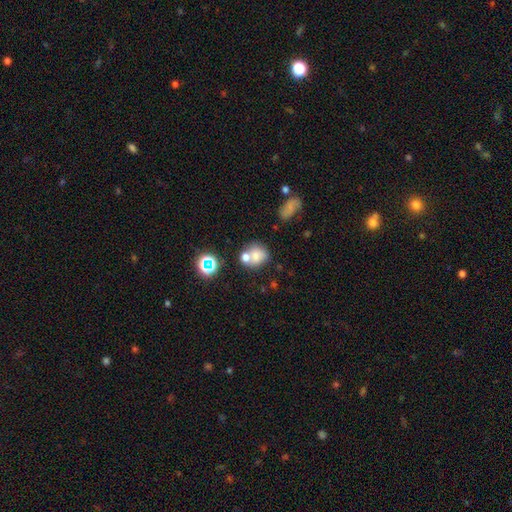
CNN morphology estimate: smooth-or-featured: smooth: 67% | featured or disk: 18% | star or artifact: 15%
  how-rounded: round: 69% | in between: 30% | cigar-shaped: 1%
  merging: none: 43% | merger: 39% | minor disturbance: 12% | major disturbance: 5%